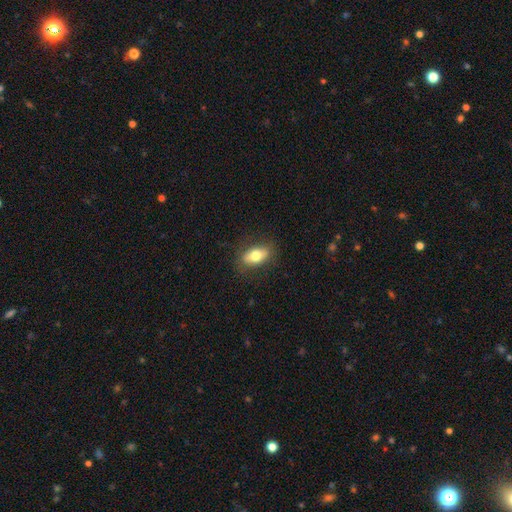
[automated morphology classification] smooth_or_featured: smooth (p=0.73) [alt: featured or disk p=0.20]
how_rounded: in between (p=0.84) [alt: round p=0.08]
merging: none (p=0.84) [alt: minor disturbance p=0.12]